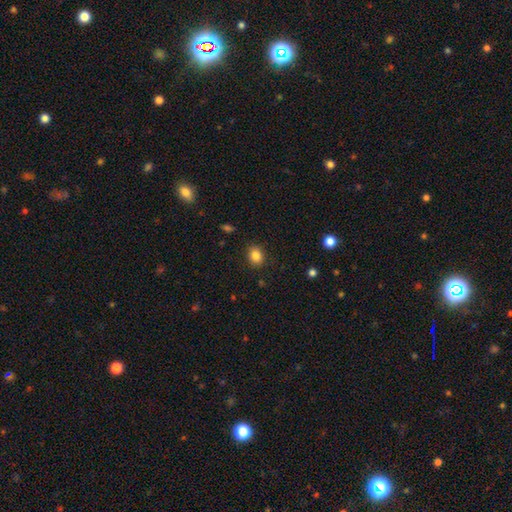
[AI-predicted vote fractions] Smooth or featured? Predicted: smooth (p=0.85). How rounded? Predicted: in between (p=0.51). Merging? Predicted: none (p=0.87).